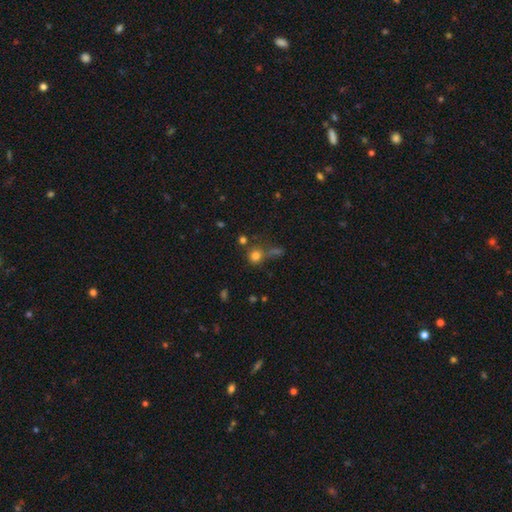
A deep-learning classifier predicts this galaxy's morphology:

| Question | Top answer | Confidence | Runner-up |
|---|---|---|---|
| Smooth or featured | smooth | 76% | star or artifact (17%) |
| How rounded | round | 88% | in between (11%) |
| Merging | none | 64% | merger (19%) |